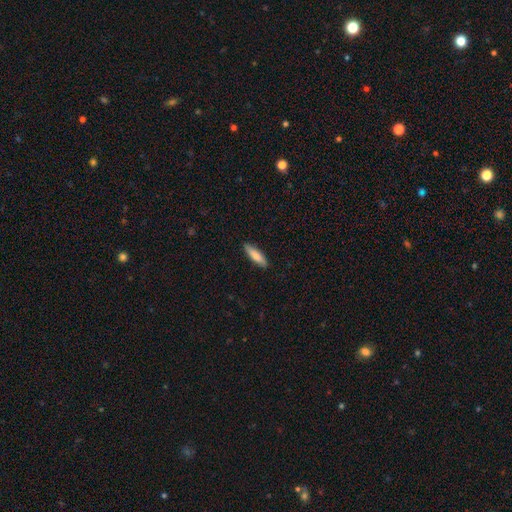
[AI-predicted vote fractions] smooth-or-featured: smooth: 81% | featured or disk: 14% | star or artifact: 5%
  how-rounded: cigar-shaped: 70% | in between: 28% | round: 1%
  merging: none: 88% | minor disturbance: 9% | major disturbance: 2% | merger: 1%